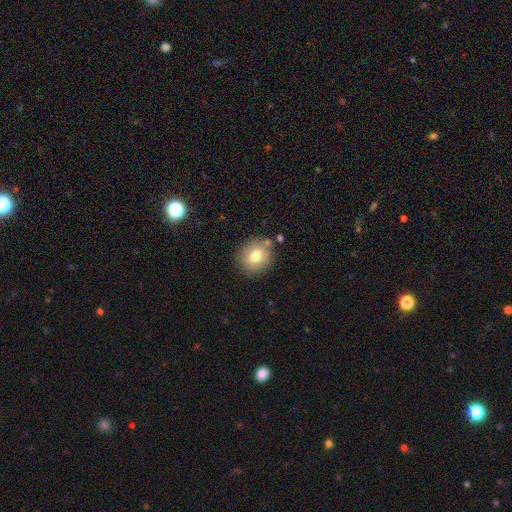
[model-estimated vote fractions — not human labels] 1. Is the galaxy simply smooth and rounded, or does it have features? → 75% smooth, 15% featured or disk, 10% star or artifact.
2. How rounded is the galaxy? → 82% round, 17% in between, 1% cigar-shaped.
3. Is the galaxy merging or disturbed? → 78% none, 12% minor disturbance, 6% merger, 3% major disturbance.